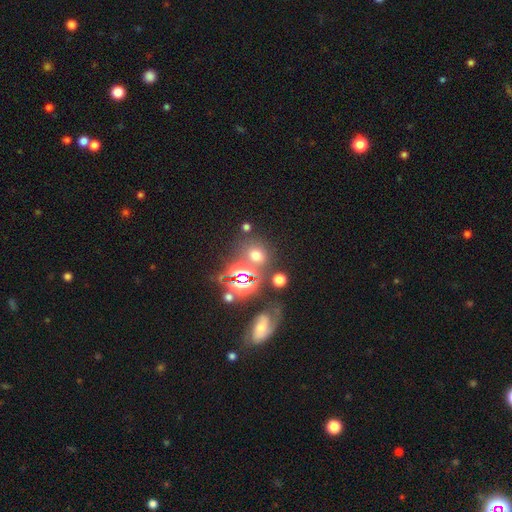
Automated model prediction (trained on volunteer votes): Q: Smooth or featured?
A: smooth (54%); runner-up: star or artifact (36%)
Q: How rounded?
A: round (64%); runner-up: in between (35%)
Q: Merging?
A: none (67%); runner-up: merger (14%)